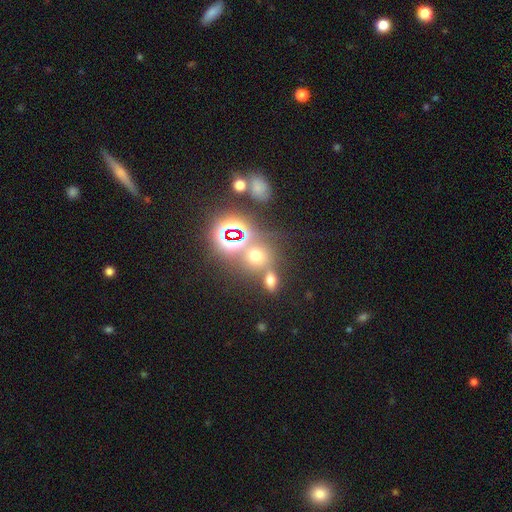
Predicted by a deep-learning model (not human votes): smooth 55%, star or artifact 34%, featured or disk 11%. Down the decision tree: how rounded — round (74%); merging — none (59%).